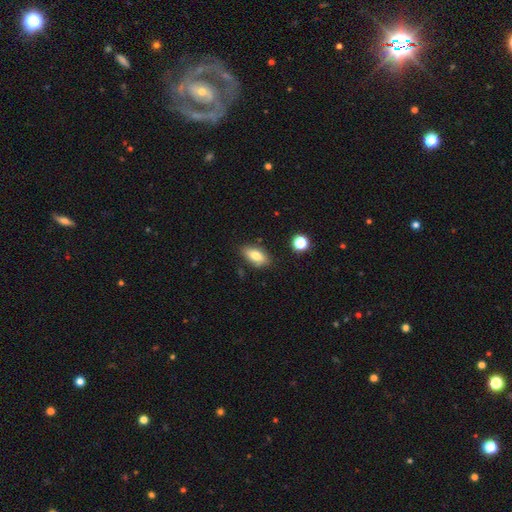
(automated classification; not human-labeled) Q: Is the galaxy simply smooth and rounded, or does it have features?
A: smooth — 75%.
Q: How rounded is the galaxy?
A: in between — 82%.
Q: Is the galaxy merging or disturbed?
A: none — 78%.